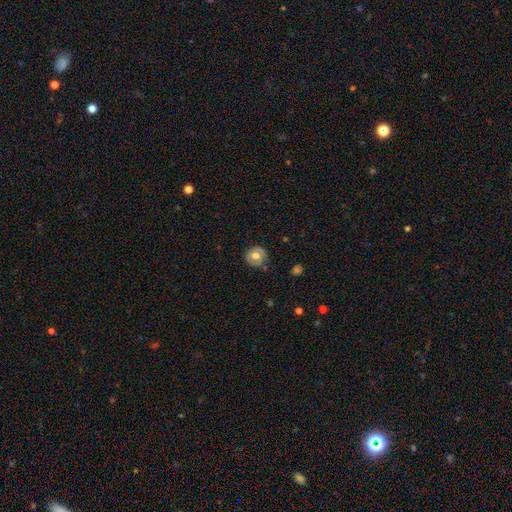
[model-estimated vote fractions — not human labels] A smooth galaxy with no disk features (58%) that is round (82%).

Vote fractions:
- Smooth or featured? smooth: 58% / featured or disk: 34% / star or artifact: 8%
- How rounded? round: 82% / in between: 18% / cigar-shaped: 1%
- Merging? none: 74% / minor disturbance: 19% / major disturbance: 5% / merger: 2%